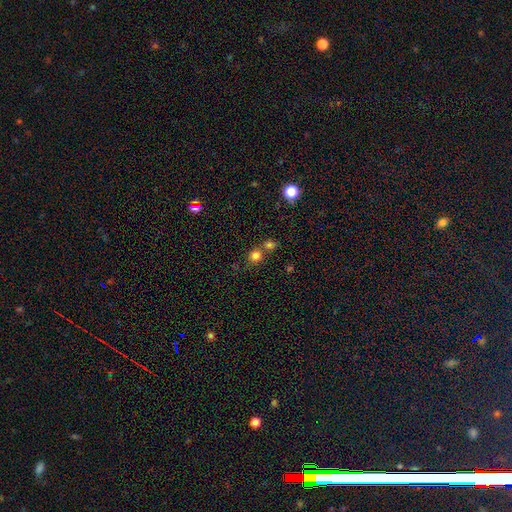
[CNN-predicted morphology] A smooth galaxy with no disk features (79%) that is round (85%).

Vote fractions:
- Smooth or featured? smooth: 79% / star or artifact: 15% / featured or disk: 6%
- How rounded? round: 85% / in between: 14% / cigar-shaped: 1%
- Merging? none: 58% / merger: 32% / minor disturbance: 8% / major disturbance: 3%